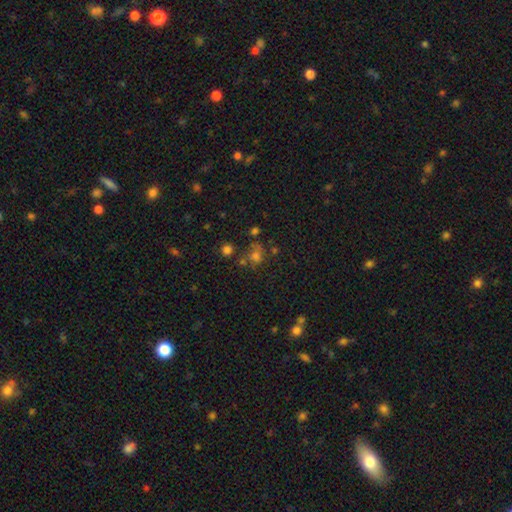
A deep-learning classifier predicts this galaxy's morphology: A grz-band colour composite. It shows a smooth galaxy with no disk features (50%) that is round (72%). Merging: none (52%).